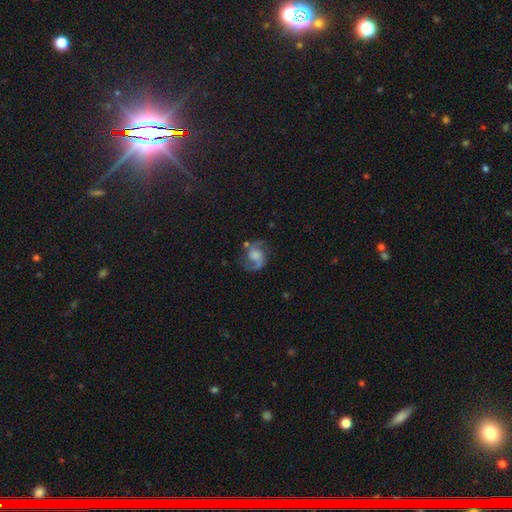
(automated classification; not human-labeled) featured or disk 75%, smooth 17%, star or artifact 8%. Down the decision tree: edge-on disk — no (98%); bar — no (62%); spiral arms — yes (94%); spiral arm count — 2 (82%); spiral winding — medium (48%); bulge size — moderate (30%); merging — none (62%).